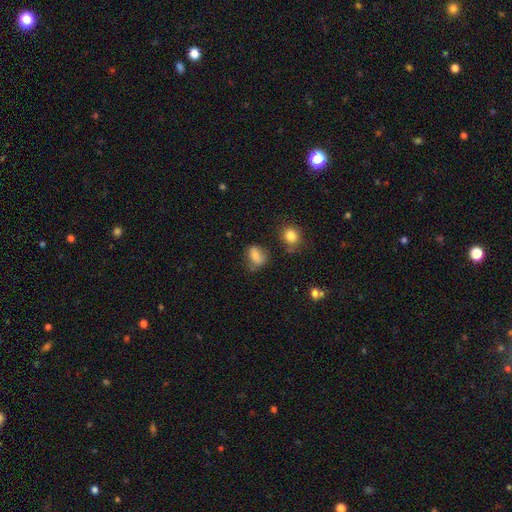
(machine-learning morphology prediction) This appears to be a smooth galaxy with no disk features (77%) that is in between round and cigar-shaped (68%). Merging: none (54%).